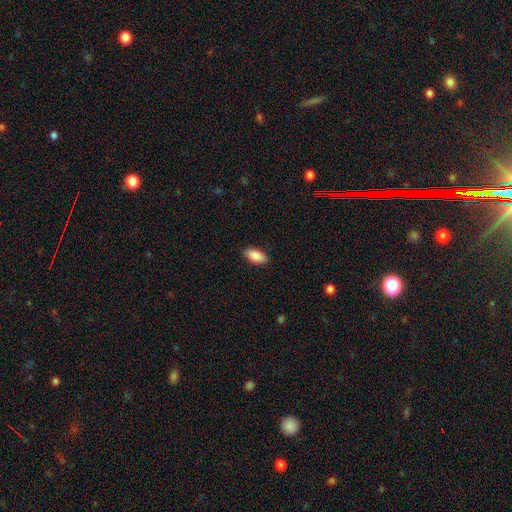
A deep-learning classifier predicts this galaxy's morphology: Smooth or featured?
  - smooth: 90% *
  - star or artifact: 6%
  - featured or disk: 4%
How rounded?
  - in between: 93% *
  - cigar-shaped: 5%
  - round: 3%
Merging?
  - none: 89% *
  - minor disturbance: 8%
  - major disturbance: 2%
  - merger: 1%